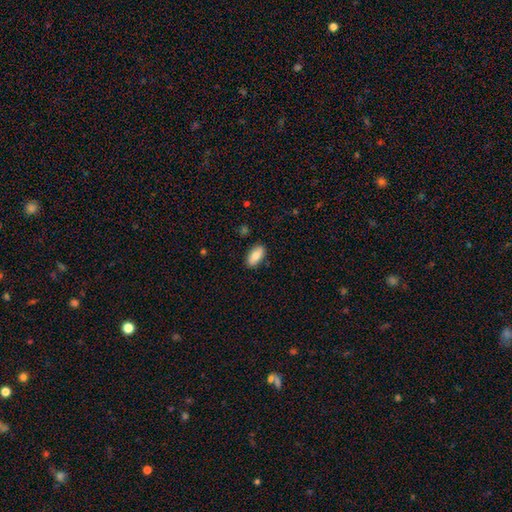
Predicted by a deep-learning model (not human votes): Morphology: type=smooth (80%); roundness=in between (89%); merging=none (87%).